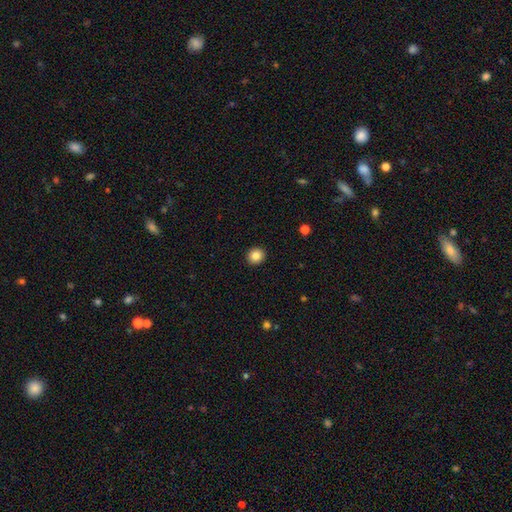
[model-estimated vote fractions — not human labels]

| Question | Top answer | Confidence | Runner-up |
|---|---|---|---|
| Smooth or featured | smooth | 85% | star or artifact (10%) |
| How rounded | round | 87% | in between (12%) |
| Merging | none | 93% | minor disturbance (5%) |